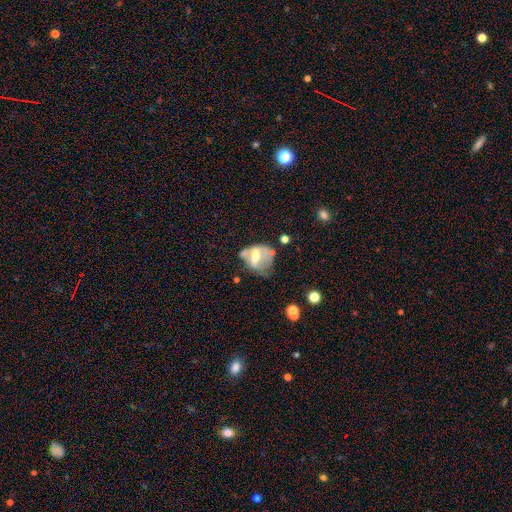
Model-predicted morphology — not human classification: Smooth or featured?
  - featured or disk: 51% *
  - smooth: 39%
  - star or artifact: 10%
Edge-on disk?
  - no: 94% *
  - yes: 6%
Merging?
  - major disturbance: 29% * (tied)
  - none: 29% * (tied)
  - minor disturbance: 26%
  - merger: 17%